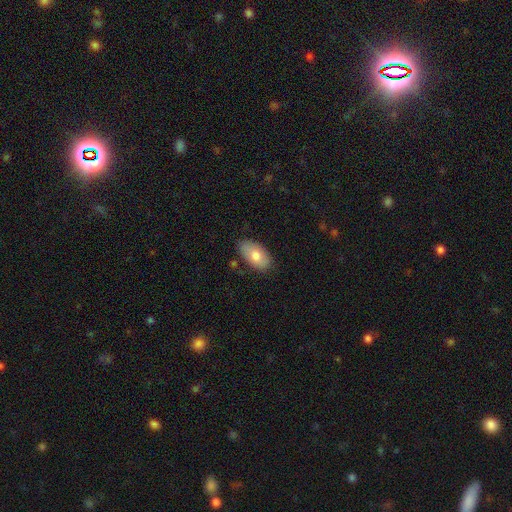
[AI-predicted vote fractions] smooth_or_featured: smooth (p=0.75) [alt: featured or disk p=0.19]
how_rounded: in between (p=0.94) [alt: round p=0.04]
merging: none (p=0.79) [alt: minor disturbance p=0.16]